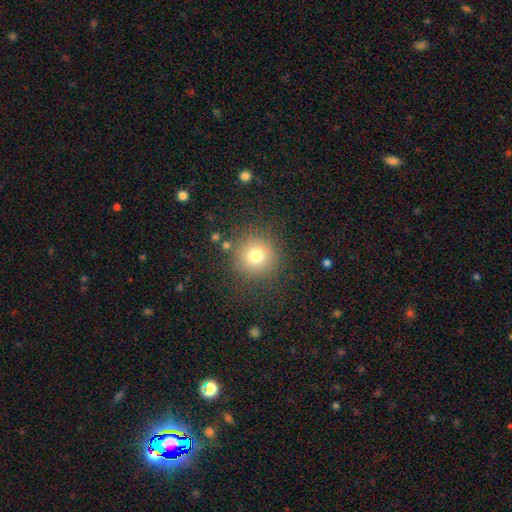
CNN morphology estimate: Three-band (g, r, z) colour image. It shows a smooth galaxy with no disk features (75%) that is round (95%). Merging: none (85%).